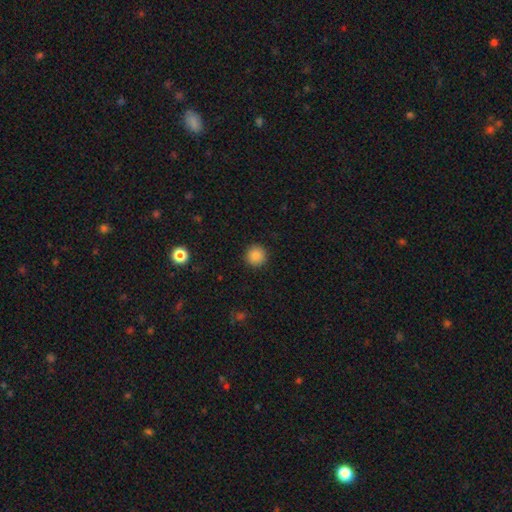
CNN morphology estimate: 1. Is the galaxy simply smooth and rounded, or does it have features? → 85% smooth, 10% star or artifact, 5% featured or disk.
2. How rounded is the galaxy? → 96% round, 4% in between, 1% cigar-shaped.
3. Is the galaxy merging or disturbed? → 92% none, 5% minor disturbance, 2% major disturbance, 1% merger.